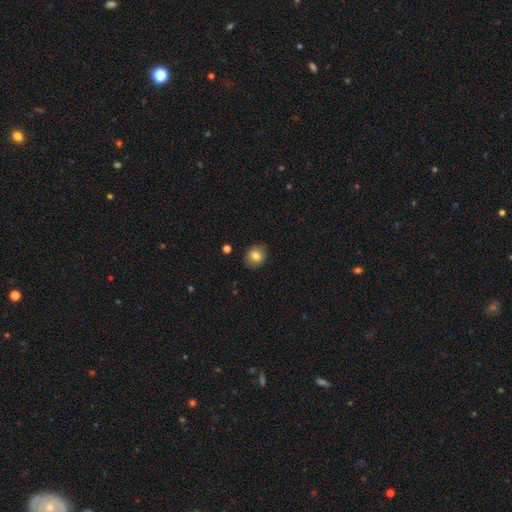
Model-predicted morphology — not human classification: smooth 81%, featured or disk 10%, star or artifact 9%. Down the decision tree: how rounded — round (69%); merging — none (86%).